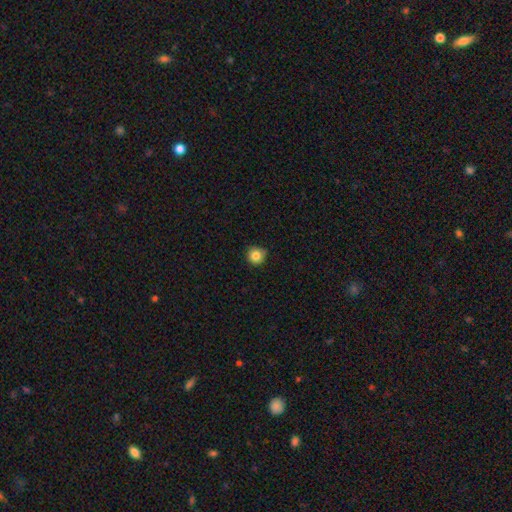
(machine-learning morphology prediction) Smooth or featured? smooth (84%)
How rounded? round (94%)
Merging? none (86%)